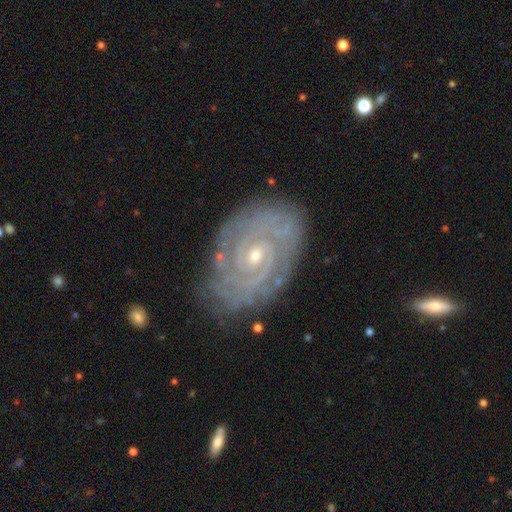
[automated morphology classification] type=featured or disk (88%); edge-on=no (97%); bar=no (66%); spiral arms=yes (97%); winding=tight (83%); arm count=2 (37%); bulge=small (64%); merging=none (80%).